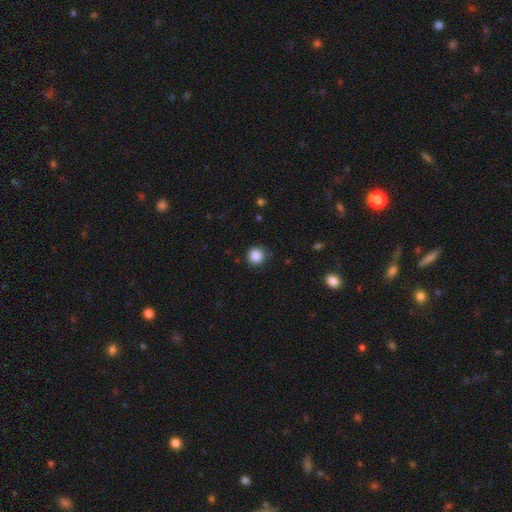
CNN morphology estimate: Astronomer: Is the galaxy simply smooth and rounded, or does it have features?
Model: smooth — 87%.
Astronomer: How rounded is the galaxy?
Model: round — 94%.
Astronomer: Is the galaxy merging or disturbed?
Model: none — 88%.